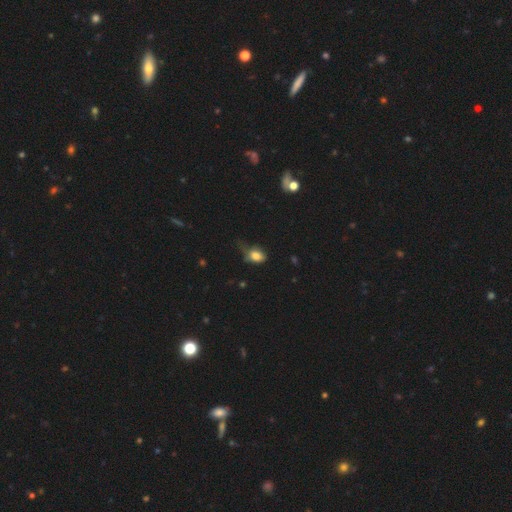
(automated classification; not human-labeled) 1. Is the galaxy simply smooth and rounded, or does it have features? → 80% smooth, 10% star or artifact, 9% featured or disk.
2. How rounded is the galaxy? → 66% in between, 32% round, 2% cigar-shaped.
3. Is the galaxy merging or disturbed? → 40% minor disturbance, 33% none, 23% major disturbance, 4% merger.